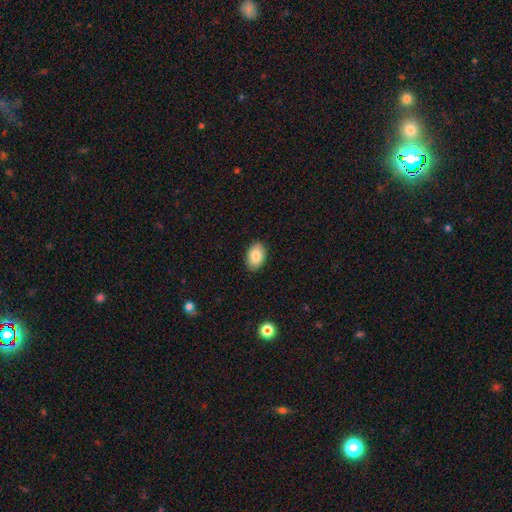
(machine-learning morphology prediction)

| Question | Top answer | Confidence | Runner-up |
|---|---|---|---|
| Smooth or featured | smooth | 86% | star or artifact (7%) |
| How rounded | in between | 88% | round (11%) |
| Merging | none | 89% | minor disturbance (8%) |